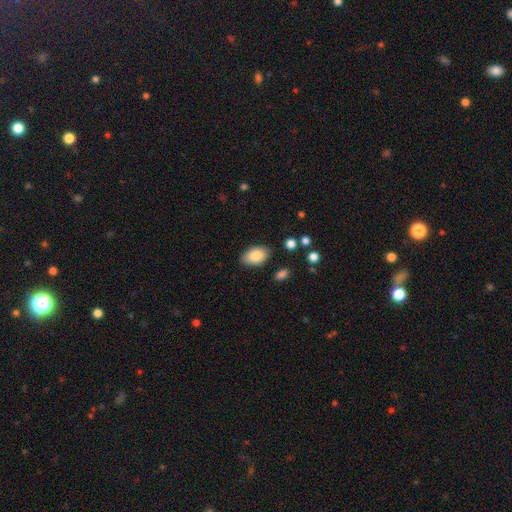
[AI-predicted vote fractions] This appears to be a smooth galaxy with no disk features (87%) that is in between round and cigar-shaped (92%). Merging: none (83%).